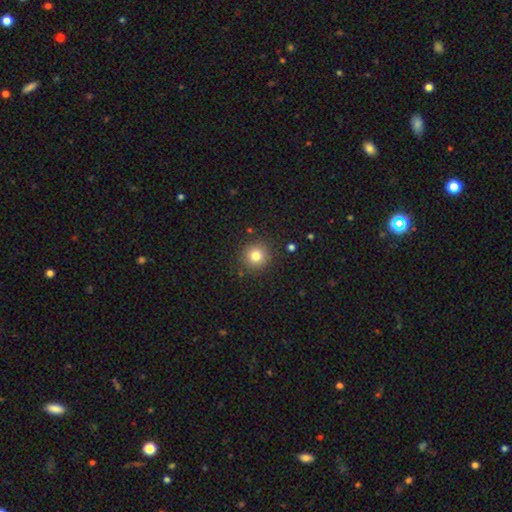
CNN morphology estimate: smooth-or-featured: smooth: 80% | star or artifact: 12% | featured or disk: 7%
  how-rounded: round: 93% | in between: 6% | cigar-shaped: 1%
  merging: none: 88% | minor disturbance: 7% | major disturbance: 3% | merger: 2%